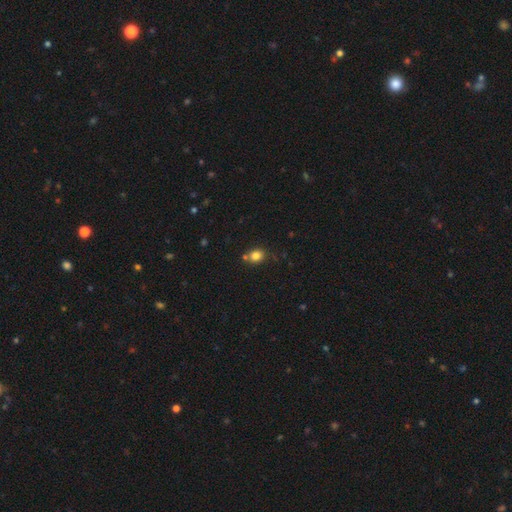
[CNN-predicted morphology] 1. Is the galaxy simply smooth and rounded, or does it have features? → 81% smooth, 12% star or artifact, 7% featured or disk.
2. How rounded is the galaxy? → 64% round, 35% in between, 1% cigar-shaped.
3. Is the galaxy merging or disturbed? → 68% none, 16% merger, 13% minor disturbance, 3% major disturbance.